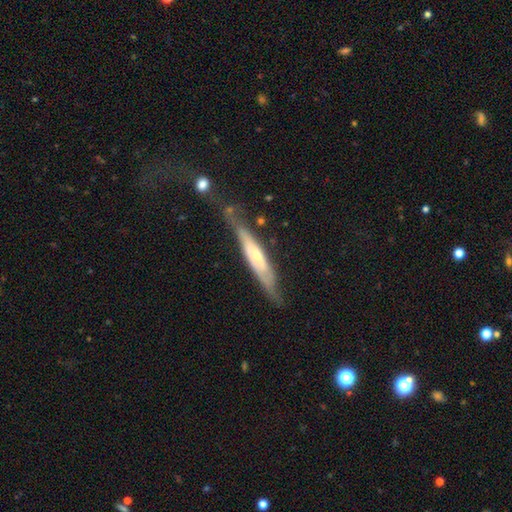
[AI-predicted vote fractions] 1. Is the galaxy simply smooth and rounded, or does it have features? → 66% featured or disk, 28% smooth, 6% star or artifact.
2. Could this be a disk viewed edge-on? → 69% yes, 31% no.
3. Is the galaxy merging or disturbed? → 60% none, 26% minor disturbance, 10% major disturbance, 4% merger.